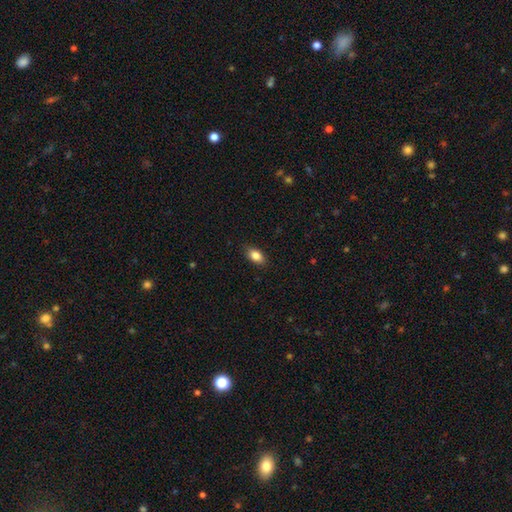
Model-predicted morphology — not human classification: The model was most divided on "merging": none: 86%, minor disturbance: 11%, major disturbance: 2%, merger: 1%. More confident: how rounded — in between (88%); smooth or featured — smooth (84%).